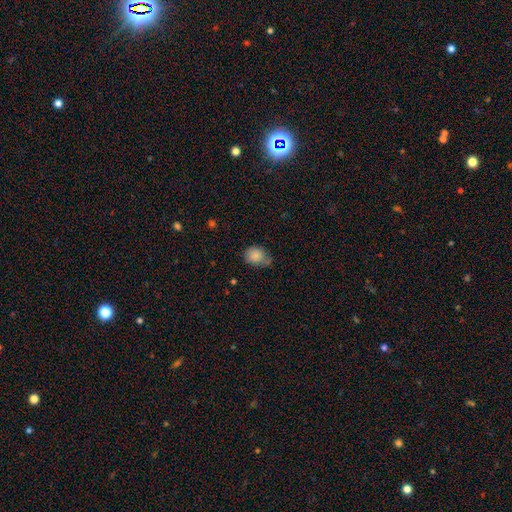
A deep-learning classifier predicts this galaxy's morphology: This appears to be a smooth galaxy with no disk features (86%) that is round (52%). Merging: none (55%).